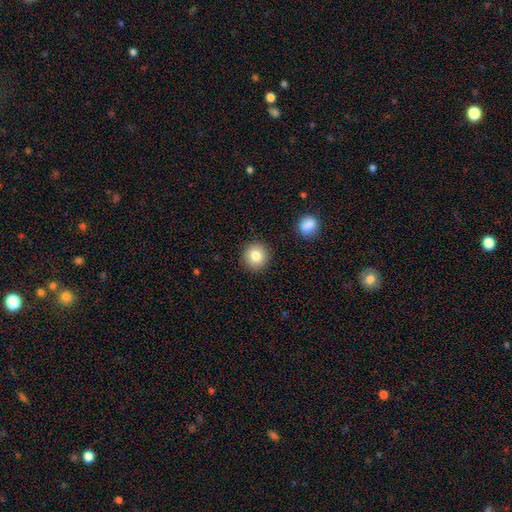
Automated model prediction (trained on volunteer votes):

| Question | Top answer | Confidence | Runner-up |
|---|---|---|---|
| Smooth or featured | smooth | 82% | star or artifact (10%) |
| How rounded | round | 92% | in between (7%) |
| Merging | none | 90% | minor disturbance (6%) |